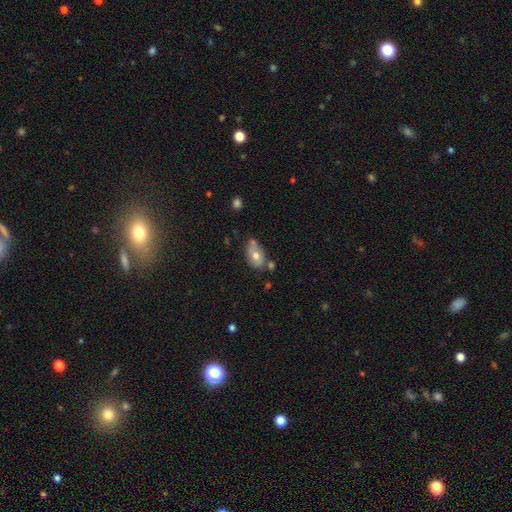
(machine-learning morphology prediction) This is likely a smooth galaxy (66%). How rounded: likely in between (79%). Merging: possibly none (49%).